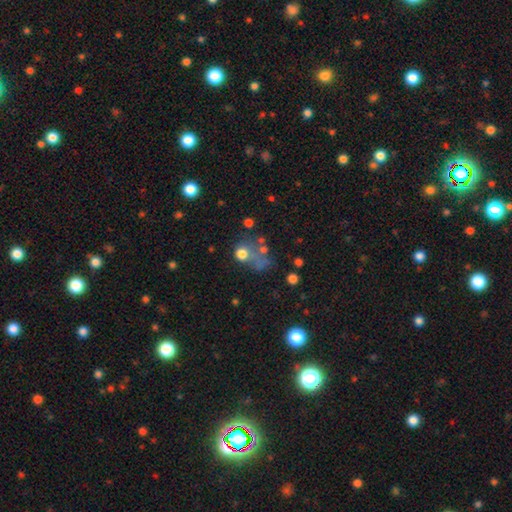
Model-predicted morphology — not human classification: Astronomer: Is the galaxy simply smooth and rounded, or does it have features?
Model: smooth — 46% (runner-up: star or artifact, 33%).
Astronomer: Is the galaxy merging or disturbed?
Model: none — 40% (runner-up: major disturbance, 23%).